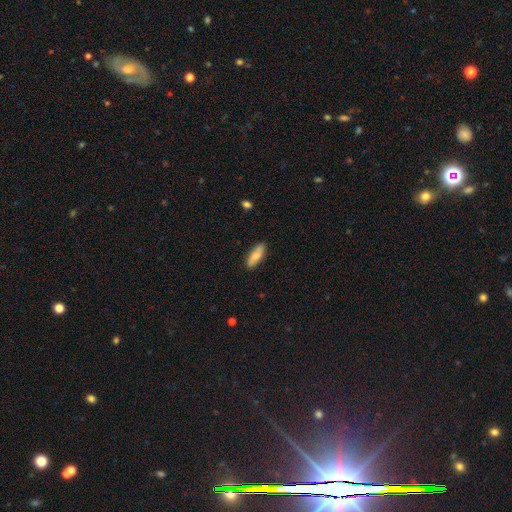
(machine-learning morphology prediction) Overall: smooth (74%). How rounded: in between (58%; cigar-shaped 40%). Merging: none (86%).